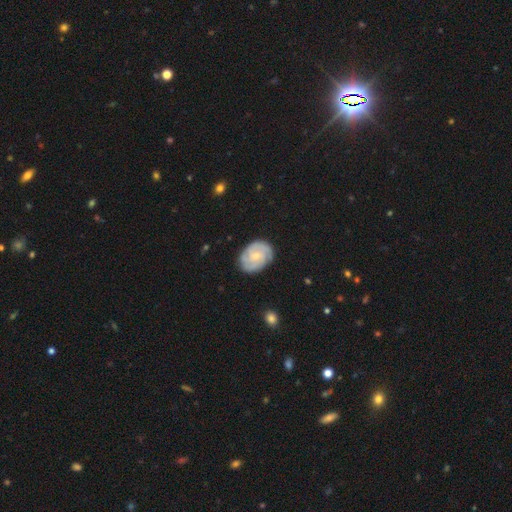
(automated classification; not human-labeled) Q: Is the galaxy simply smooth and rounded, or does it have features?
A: featured or disk — 77%.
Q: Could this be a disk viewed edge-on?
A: no — 98%.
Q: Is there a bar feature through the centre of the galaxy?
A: no — 63%.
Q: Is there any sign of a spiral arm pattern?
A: yes — 95%.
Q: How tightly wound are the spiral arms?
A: tight — 61%.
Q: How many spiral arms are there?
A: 3 — 33%.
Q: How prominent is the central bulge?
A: small — 62%.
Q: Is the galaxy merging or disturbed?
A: none — 81%.